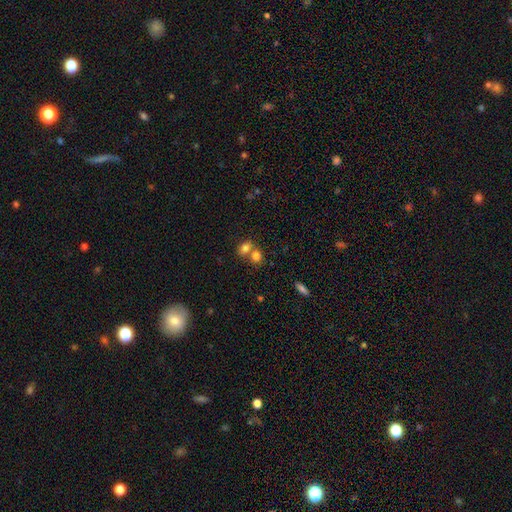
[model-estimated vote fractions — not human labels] Morphology: type=smooth (79%); roundness=round (51%); merging=merger (55%).